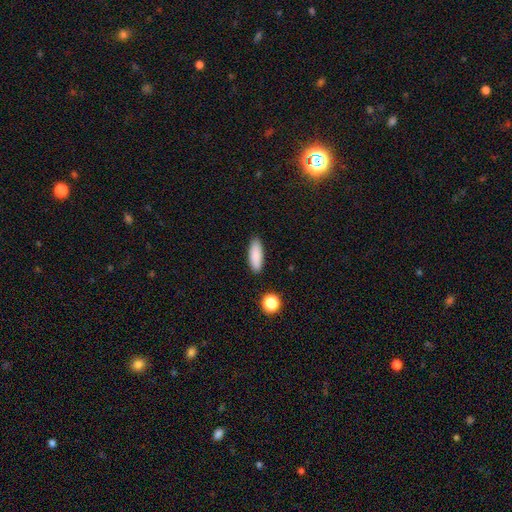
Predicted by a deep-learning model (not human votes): Overall: smooth (87%). How rounded: in between (65%; cigar-shaped 33%). Merging: none (88%).